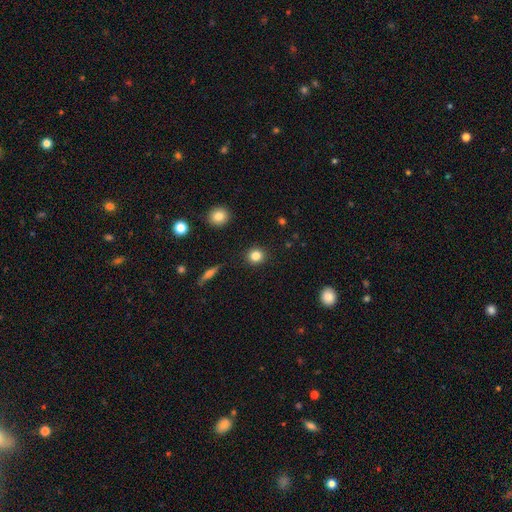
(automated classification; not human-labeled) smooth 83%, star or artifact 11%, featured or disk 6%. Down the decision tree: how rounded — round (90%); merging — none (91%).